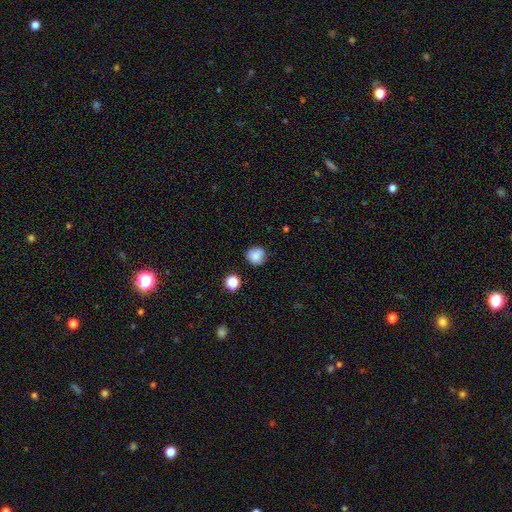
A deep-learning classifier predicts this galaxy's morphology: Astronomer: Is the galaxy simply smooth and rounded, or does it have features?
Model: smooth — 84%.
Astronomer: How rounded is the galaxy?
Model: round — 87%.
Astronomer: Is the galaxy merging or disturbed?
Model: none — 80%.